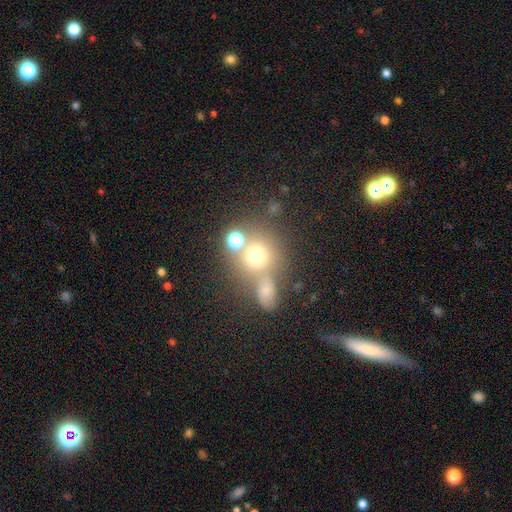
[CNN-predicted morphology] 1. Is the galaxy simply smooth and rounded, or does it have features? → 65% smooth, 19% star or artifact, 16% featured or disk.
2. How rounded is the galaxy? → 84% round, 15% in between, 1% cigar-shaped.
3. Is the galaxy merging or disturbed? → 50% none, 33% merger, 10% minor disturbance, 6% major disturbance.